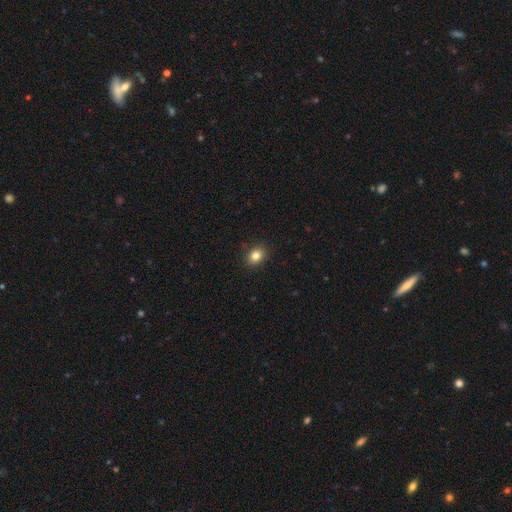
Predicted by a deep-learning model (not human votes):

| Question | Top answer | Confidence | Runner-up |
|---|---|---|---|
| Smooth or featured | smooth | 82% | star or artifact (11%) |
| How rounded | in between | 52% | round (47%) |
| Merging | none | 90% | minor disturbance (7%) |